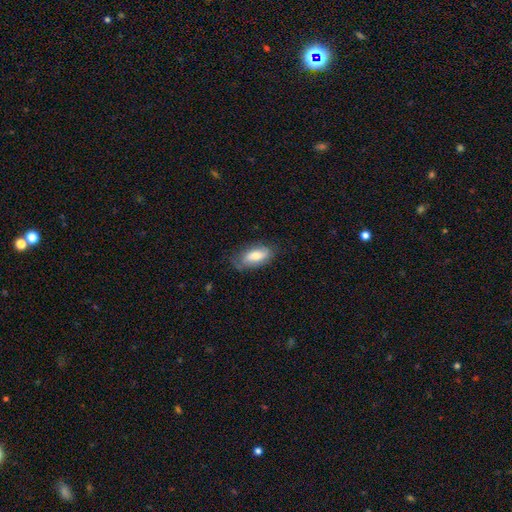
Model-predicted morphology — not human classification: Overall: smooth (68%). How rounded: in between (87%). Merging: none (64%; minor disturbance 27%).